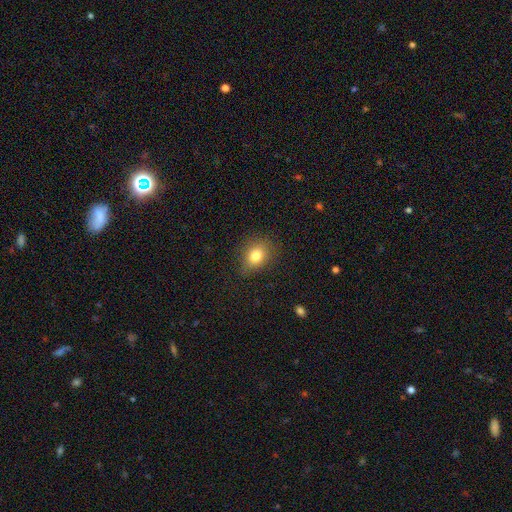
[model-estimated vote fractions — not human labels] smooth-or-featured: smooth: 79% | star or artifact: 11% | featured or disk: 10%
  how-rounded: in between: 54% | round: 45% | cigar-shaped: 1%
  merging: none: 77% | minor disturbance: 17% | major disturbance: 5% | merger: 1%